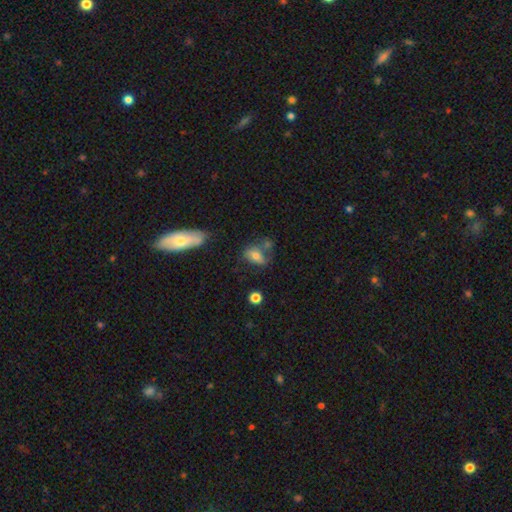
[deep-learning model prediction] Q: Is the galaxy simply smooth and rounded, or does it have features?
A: smooth — 69%.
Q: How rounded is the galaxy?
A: in between — 79%.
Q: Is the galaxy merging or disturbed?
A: none — 46%.